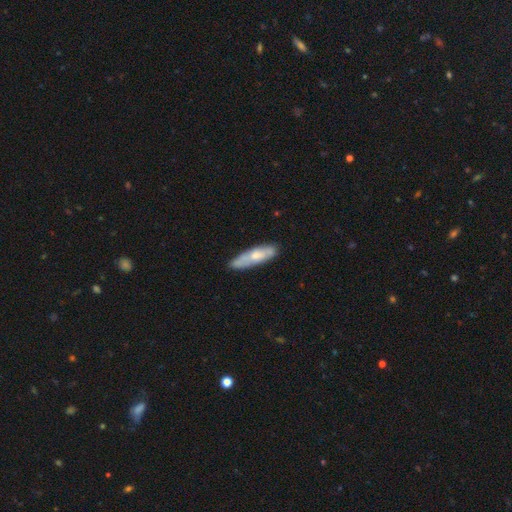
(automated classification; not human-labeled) smooth 58%, featured or disk 37%, star or artifact 6%. Down the decision tree: how rounded — cigar-shaped (62%); merging — none (75%).